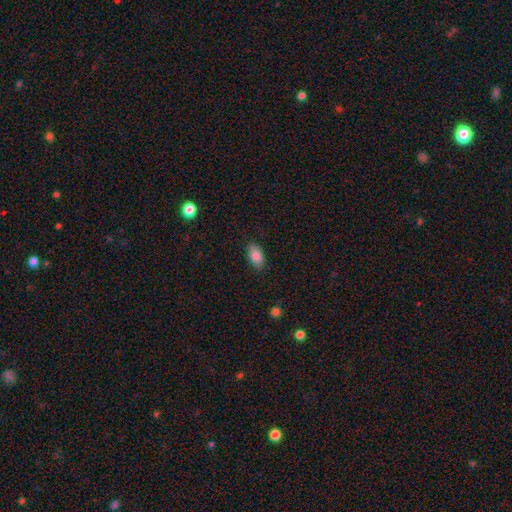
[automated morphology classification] This is clearly a smooth galaxy (87%). How rounded: clearly in between (92%). Merging: clearly none (86%).